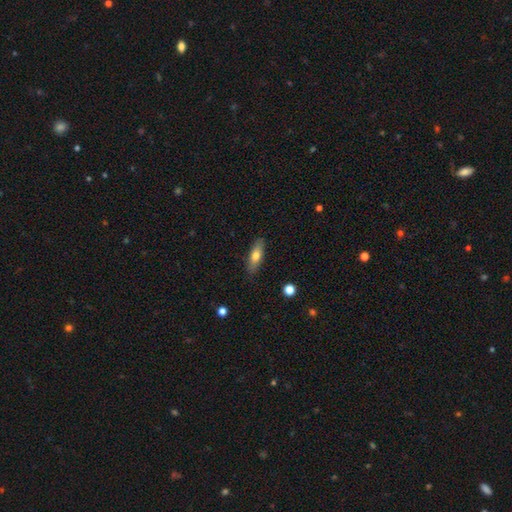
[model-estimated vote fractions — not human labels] A smooth galaxy with no disk features (68%) that is in between round and cigar-shaped (55%).

Vote fractions:
- Smooth or featured? smooth: 68% / featured or disk: 25% / star or artifact: 7%
- How rounded? in between: 55% / cigar-shaped: 42% / round: 3%
- Merging? none: 86% / minor disturbance: 10% / major disturbance: 2% / merger: 1%